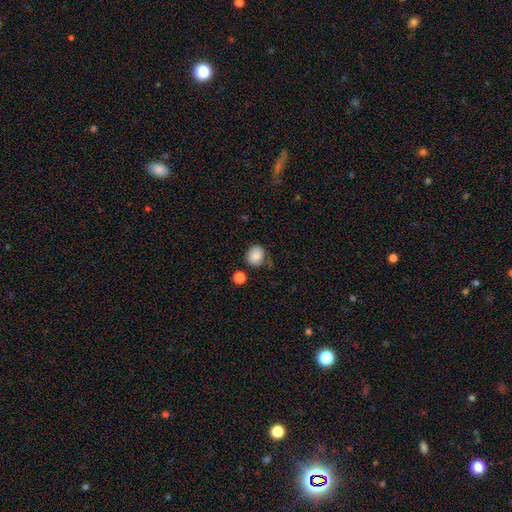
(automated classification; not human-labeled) The model was most divided on "how rounded": round: 67%, in between: 32%, cigar-shaped: 1%. More confident: smooth or featured — smooth (84%); merging — none (68%).